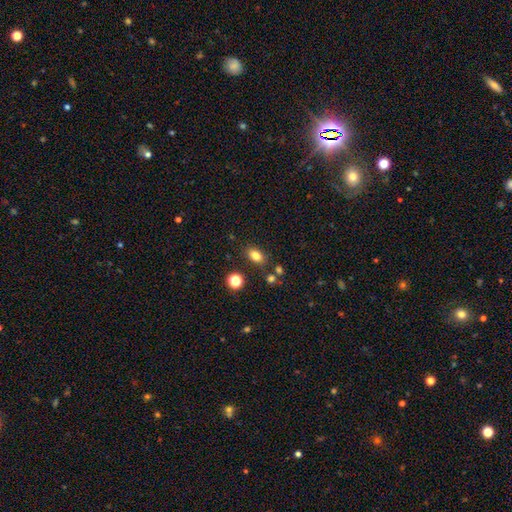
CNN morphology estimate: smooth-or-featured: smooth: 81% | star or artifact: 12% | featured or disk: 7%
  how-rounded: in between: 80% | round: 18% | cigar-shaped: 2%
  merging: none: 81% | minor disturbance: 11% | merger: 6% | major disturbance: 3%